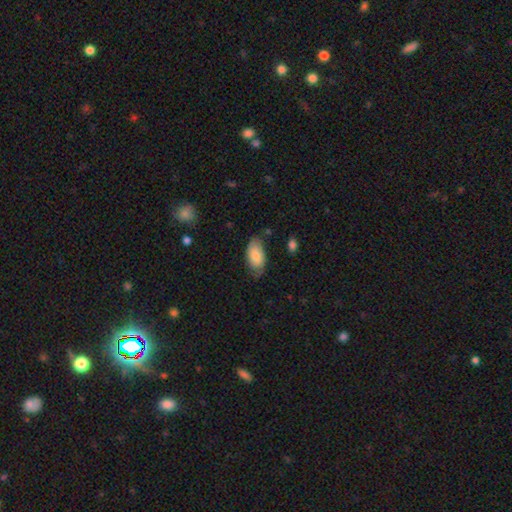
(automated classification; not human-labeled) A smooth galaxy with no disk features (71%) that is in between round and cigar-shaped (94%). Merging: none (63%).